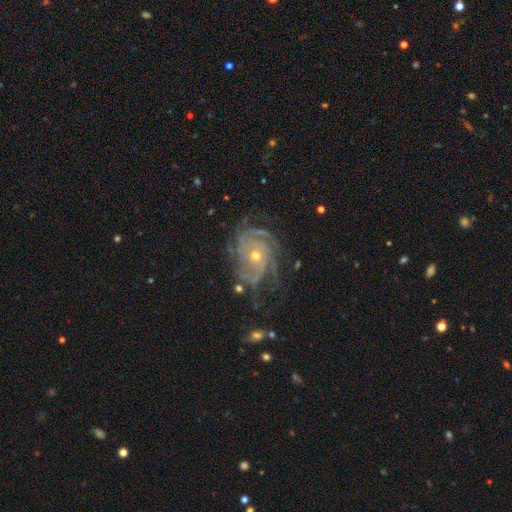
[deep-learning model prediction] A featured or disk galaxy (89%) with no bar (79%), 4 (25%) tight (69%) spiral arms (97%) and a small central bulge (54%). Merging: none (65%).